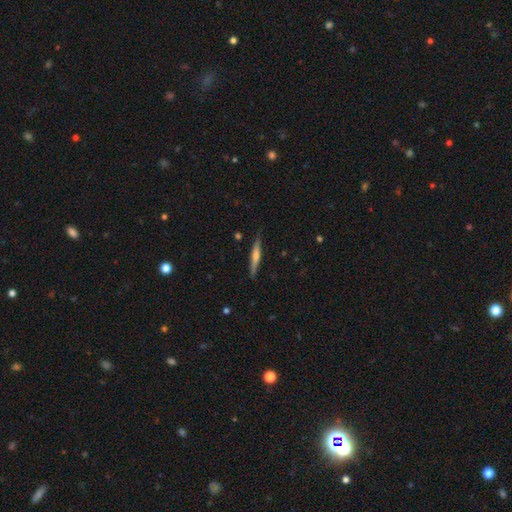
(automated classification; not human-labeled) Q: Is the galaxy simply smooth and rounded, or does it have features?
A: featured or disk — 61%.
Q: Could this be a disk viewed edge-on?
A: yes — 97%.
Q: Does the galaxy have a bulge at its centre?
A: rounded — 69%.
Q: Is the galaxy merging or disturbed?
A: none — 88%.